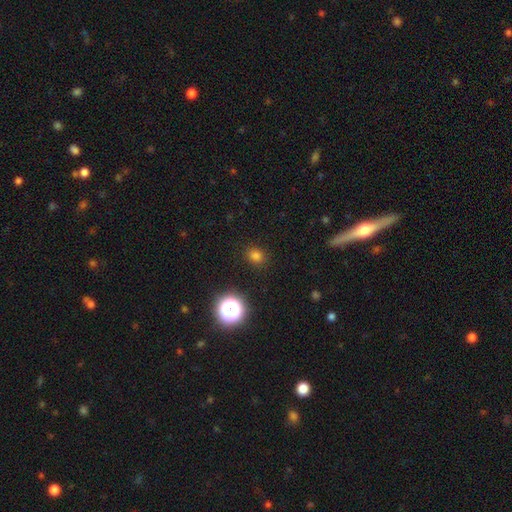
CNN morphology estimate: Smooth or featured?
  - smooth: 76% *
  - star or artifact: 19%
  - featured or disk: 5%
How rounded?
  - round: 72% *
  - in between: 27%
  - cigar-shaped: 1%
Merging?
  - none: 89% *
  - minor disturbance: 7%
  - major disturbance: 3%
  - merger: 1%